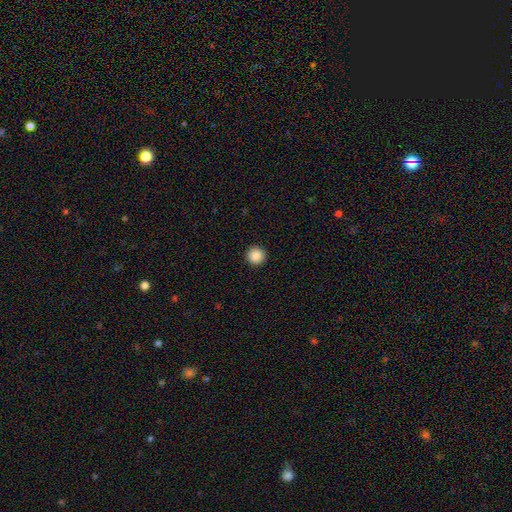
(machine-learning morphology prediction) This is clearly a smooth galaxy (88%). How rounded: clearly round (96%). Merging: clearly none (94%).